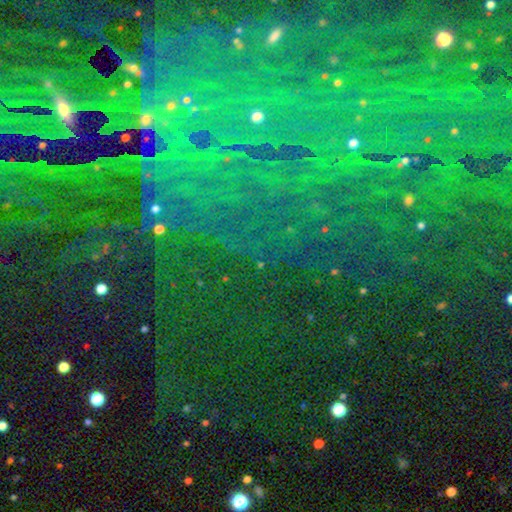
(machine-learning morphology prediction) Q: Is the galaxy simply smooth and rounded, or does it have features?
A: star or artifact — 78%.